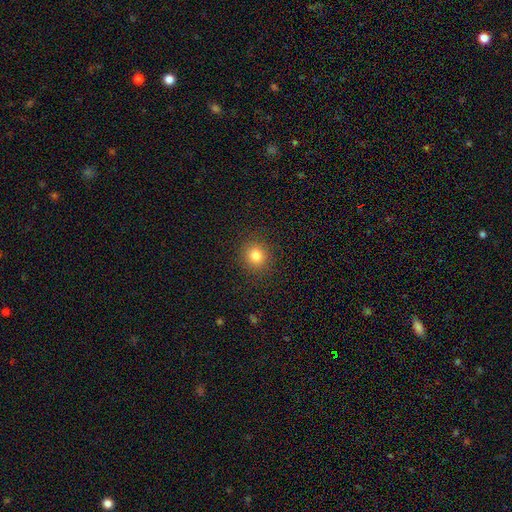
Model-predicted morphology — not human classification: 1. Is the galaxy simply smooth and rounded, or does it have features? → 81% smooth, 12% star or artifact, 7% featured or disk.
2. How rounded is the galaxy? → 88% round, 11% in between, 1% cigar-shaped.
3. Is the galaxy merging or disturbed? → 90% none, 7% minor disturbance, 3% major disturbance, 1% merger.